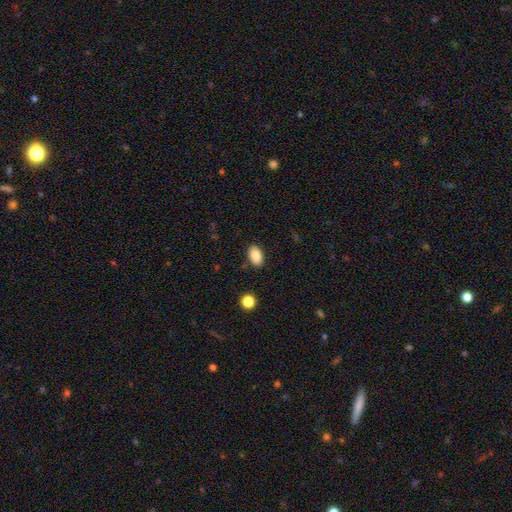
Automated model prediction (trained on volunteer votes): Morphology: type=smooth (87%); roundness=in between (91%); merging=none (86%).